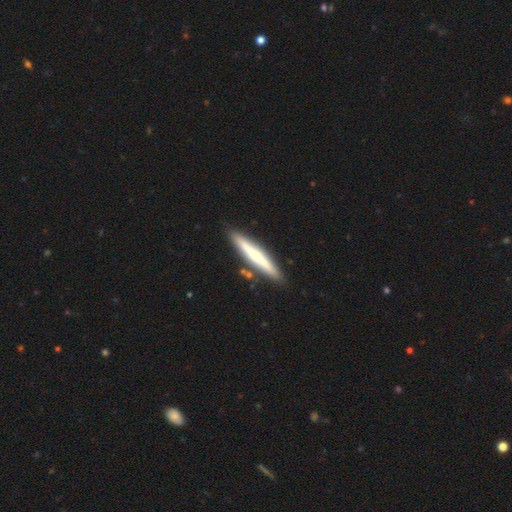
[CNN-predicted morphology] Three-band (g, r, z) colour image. It shows a smooth galaxy with no disk features (53%) that is cigar-shaped (94%). Merging: none (85%).